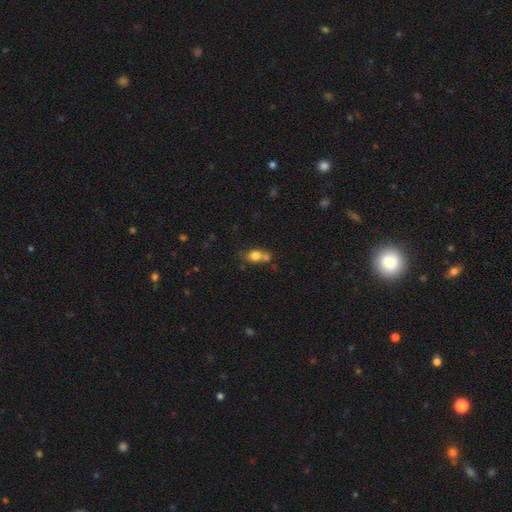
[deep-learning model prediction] smooth-or-featured: smooth: 76% | featured or disk: 14% | star or artifact: 10%
  how-rounded: in between: 63% | round: 33% | cigar-shaped: 5%
  merging: none: 44% | merger: 33% | minor disturbance: 17% | major disturbance: 6%